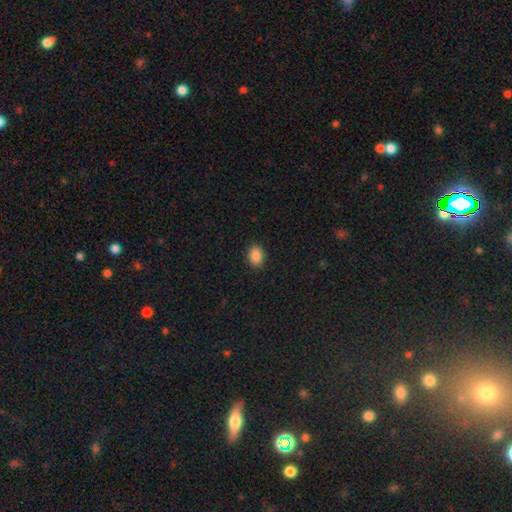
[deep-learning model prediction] This appears to be a smooth galaxy with no disk features (88%) that is in between round and cigar-shaped (67%). Merging: none (90%).